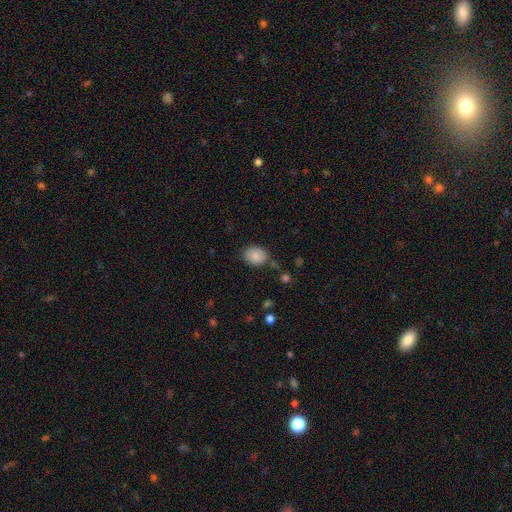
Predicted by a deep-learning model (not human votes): Morphology: type=smooth (87%); roundness=in between (57%); merging=none (77%).